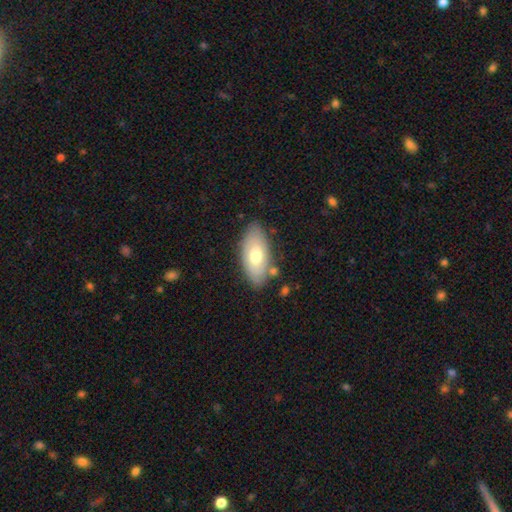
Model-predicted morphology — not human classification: smooth 65%, featured or disk 29%, star or artifact 6%. Down the decision tree: how rounded — in between (90%); merging — none (77%).